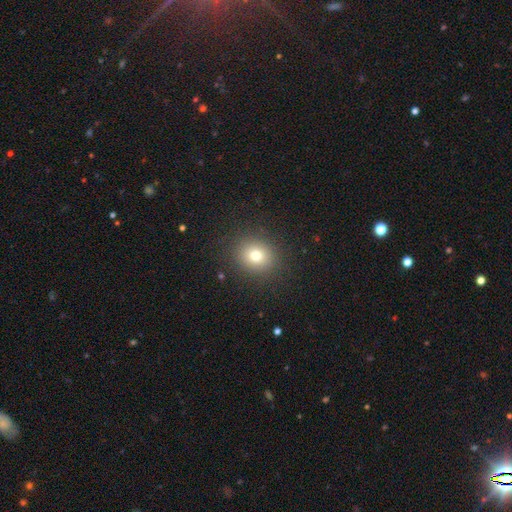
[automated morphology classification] smooth-or-featured: smooth: 76% | star or artifact: 14% | featured or disk: 10%
  how-rounded: round: 79% | in between: 20% | cigar-shaped: 1%
  merging: none: 88% | minor disturbance: 7% | major disturbance: 3% | merger: 1%